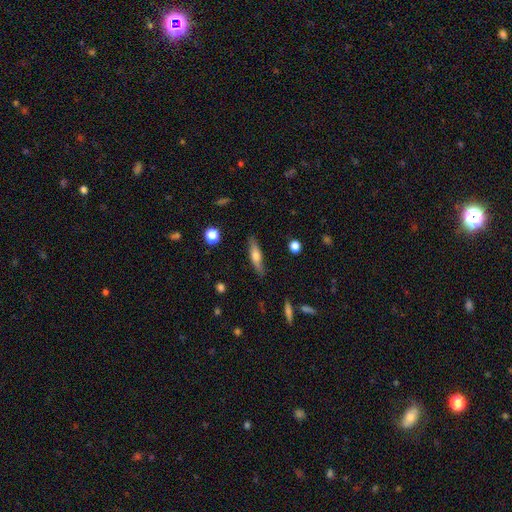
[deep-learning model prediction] Smooth or featured: smooth — 53% (featured or disk — 40%)
How rounded: cigar-shaped — 72% (in between — 26%)
Merging: none — 84% (minor disturbance — 12%)